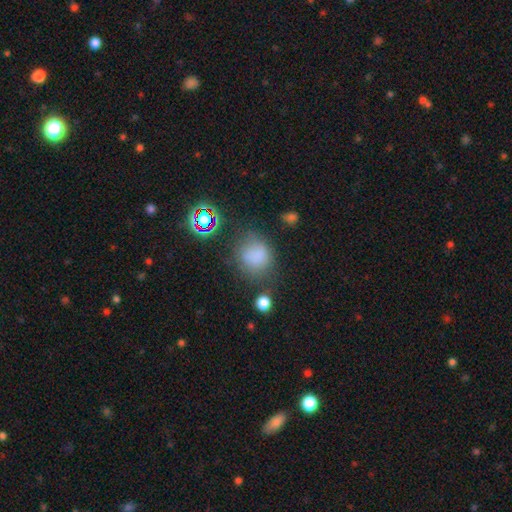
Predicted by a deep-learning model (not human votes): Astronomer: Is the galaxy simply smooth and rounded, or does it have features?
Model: smooth — 74%.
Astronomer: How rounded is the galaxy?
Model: round — 73%.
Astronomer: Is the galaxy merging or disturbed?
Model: none — 62%.